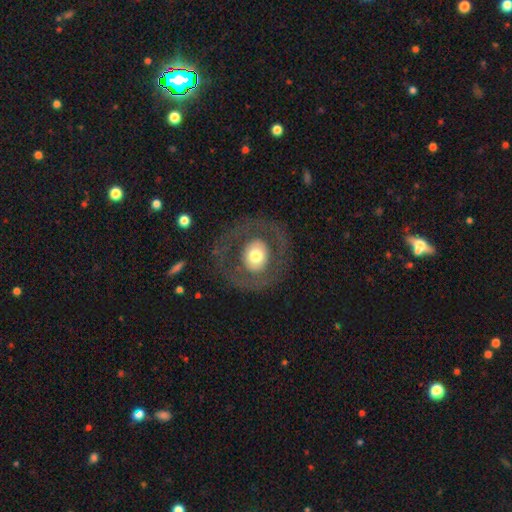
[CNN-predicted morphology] featured or disk 48%, smooth 46%, star or artifact 6%. Down the decision tree: merging — none (76%).